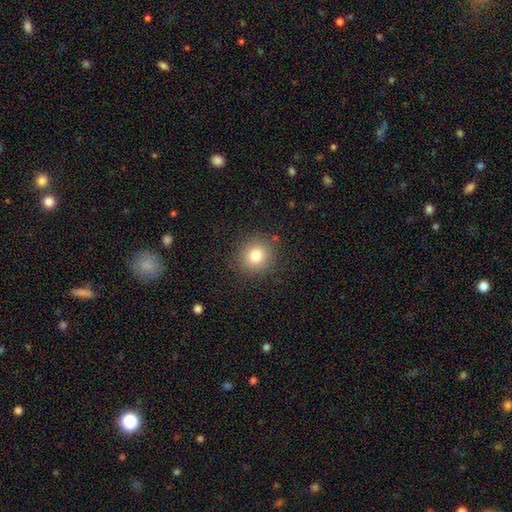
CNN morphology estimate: This appears to be a smooth galaxy with no disk features (80%) that is round (87%). Merging: none (88%).